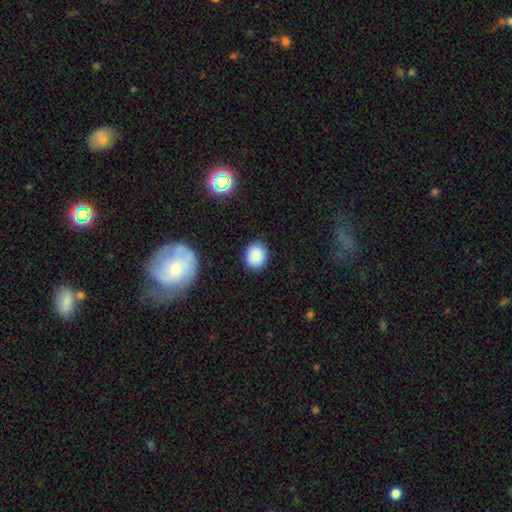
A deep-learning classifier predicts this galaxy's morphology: Smooth or featured? Predicted: smooth (p=0.88). How rounded? Predicted: round (p=0.56). Merging? Predicted: none (p=0.88).